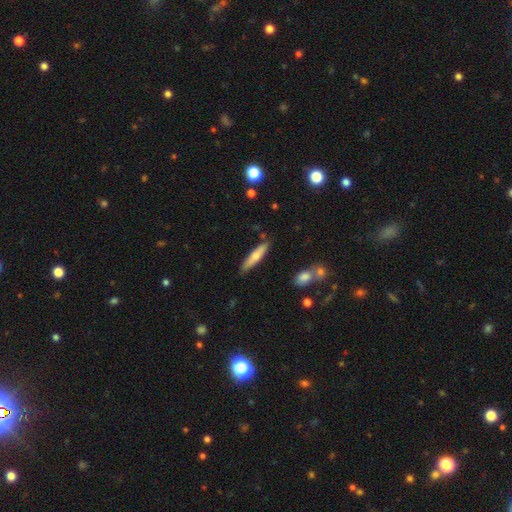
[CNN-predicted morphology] The model was most divided on "smooth or featured": smooth: 64%, featured or disk: 30%, star or artifact: 6%. More confident: merging — none (85%); how rounded — cigar-shaped (83%).